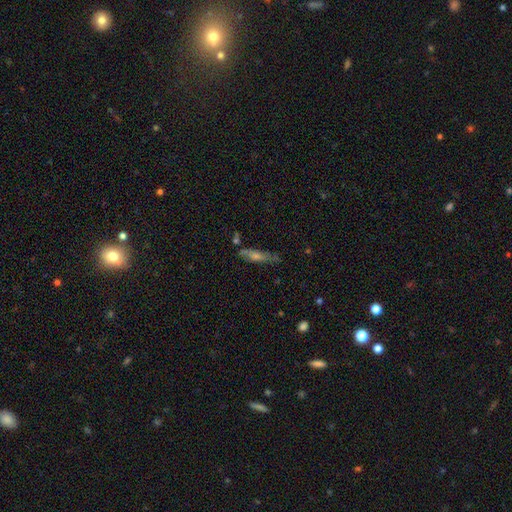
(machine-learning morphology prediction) A featured or disk galaxy (49%). Merging: none (66%).